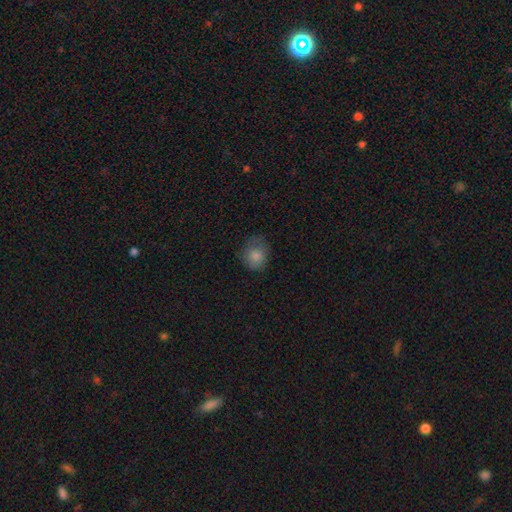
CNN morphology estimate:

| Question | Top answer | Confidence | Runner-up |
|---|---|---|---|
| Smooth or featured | smooth | 82% | star or artifact (10%) |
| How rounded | round | 72% | in between (27%) |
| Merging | none | 62% | minor disturbance (28%) |